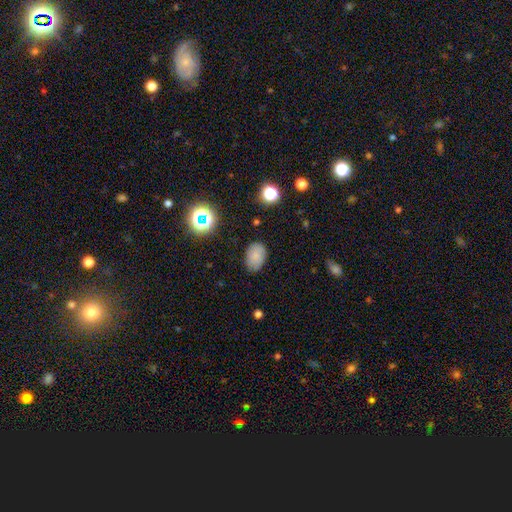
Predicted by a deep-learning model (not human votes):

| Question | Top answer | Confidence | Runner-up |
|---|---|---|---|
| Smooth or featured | smooth | 80% | star or artifact (13%) |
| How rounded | in between | 82% | round (17%) |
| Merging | none | 79% | minor disturbance (16%) |